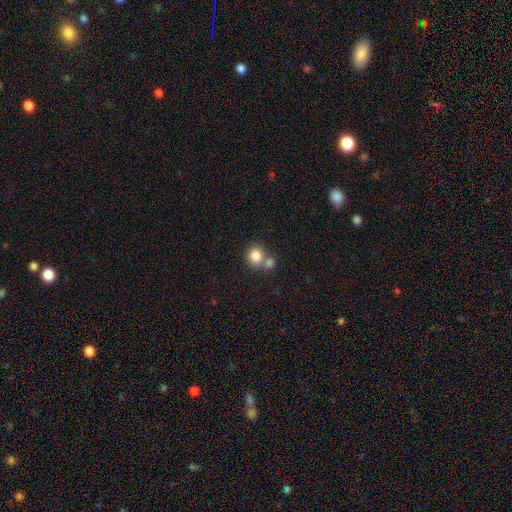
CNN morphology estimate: A smooth galaxy with no disk features (83%) that is round (80%). Merging: none (48%).